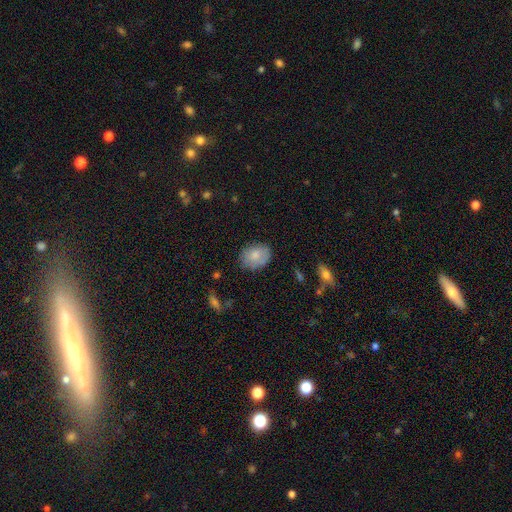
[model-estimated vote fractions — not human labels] This appears to be a smooth galaxy with no disk features (79%) that is in between round and cigar-shaped (71%). Merging: none (76%).